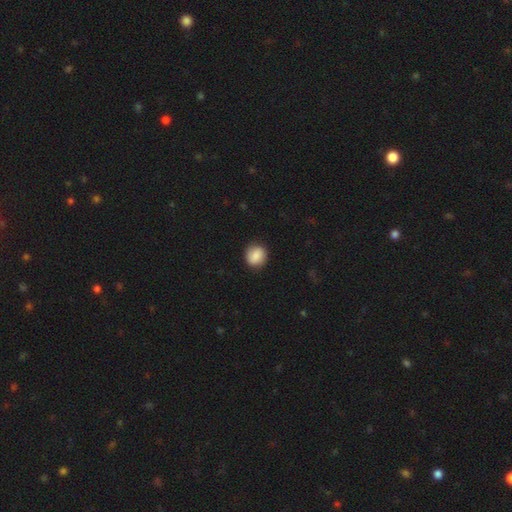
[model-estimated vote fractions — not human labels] Smooth or featured? smooth (86%)
How rounded? round (81%)
Merging? none (87%)